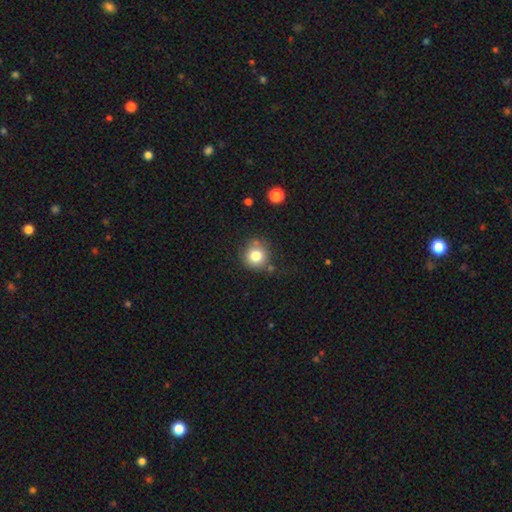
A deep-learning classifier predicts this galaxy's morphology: Q: Smooth or featured?
A: smooth (80%); runner-up: star or artifact (11%)
Q: How rounded?
A: round (90%); runner-up: in between (9%)
Q: Merging?
A: none (74%); runner-up: minor disturbance (15%)